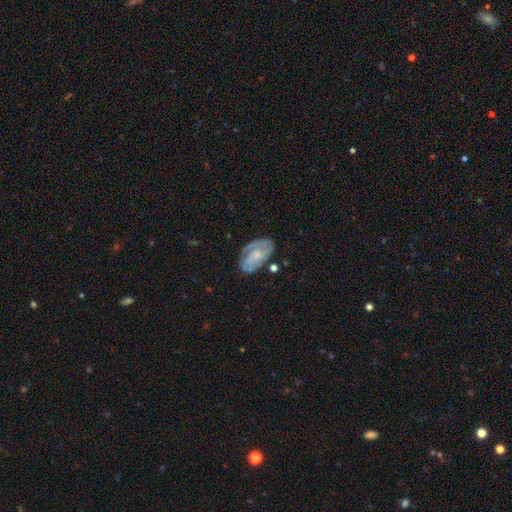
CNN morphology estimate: Smooth or featured? featured or disk (70%)
Edge-on disk? no (96%)
Bar? no (63%)
Spiral arms? yes (87%)
Spiral winding? tight (49%)
Spiral arm count? 2 (40%)
Bulge size? small (50%)
Merging? none (66%)